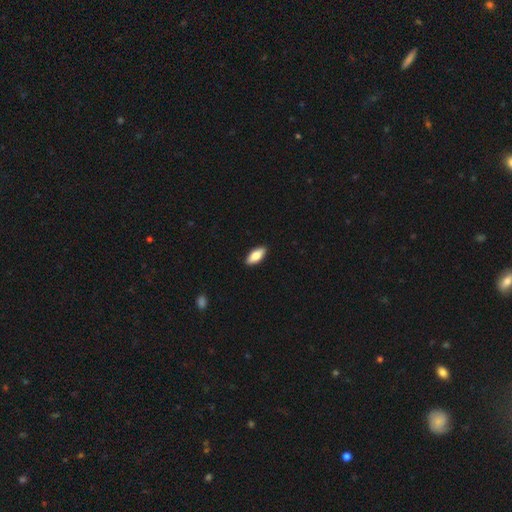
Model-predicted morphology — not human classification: A smooth galaxy with no disk features (78%) that is in between round and cigar-shaped (83%).

Vote fractions:
- Smooth or featured? smooth: 78% / featured or disk: 16% / star or artifact: 6%
- How rounded? in between: 83% / cigar-shaped: 15% / round: 2%
- Merging? none: 91% / minor disturbance: 7% / major disturbance: 1% / merger: 1%